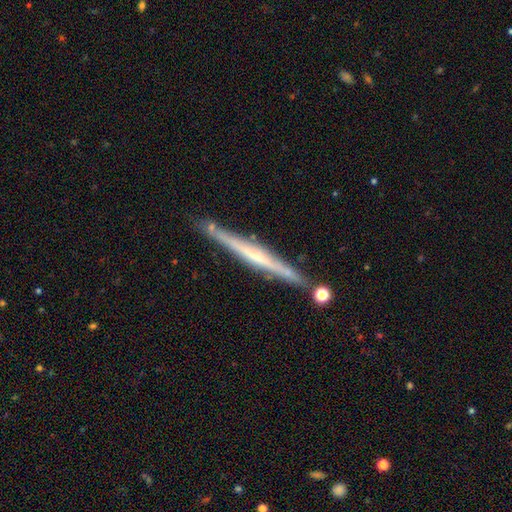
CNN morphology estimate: This appears to be a featured or disk galaxy (72%) viewed edge-on (97%) with no central bulge (55%). Merging: none (84%).